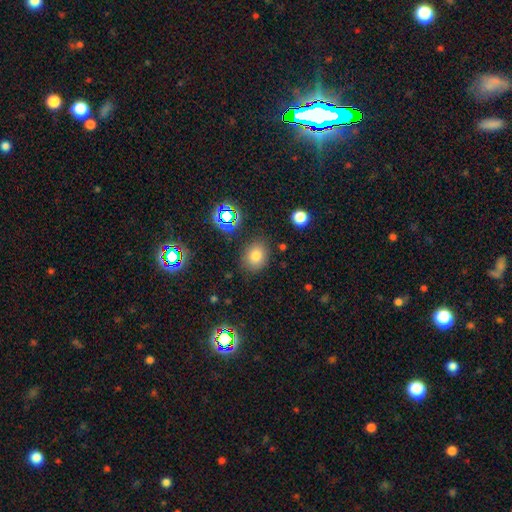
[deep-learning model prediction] A smooth galaxy with no disk features (74%) that is round (51%).

Vote fractions:
- Smooth or featured? smooth: 74% / star or artifact: 17% / featured or disk: 9%
- How rounded? round: 51% / in between: 48% / cigar-shaped: 1%
- Merging? none: 82% / minor disturbance: 11% / major disturbance: 4% / merger: 3%